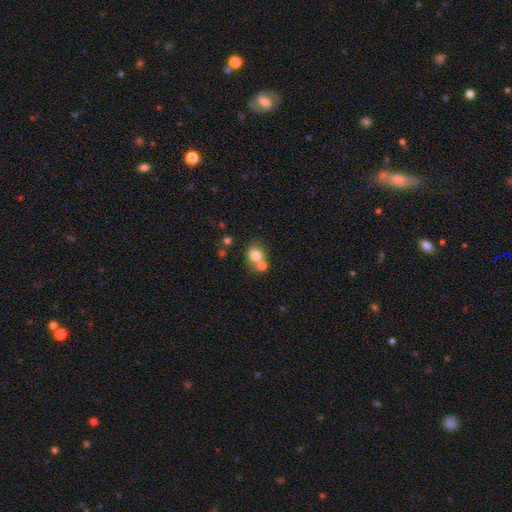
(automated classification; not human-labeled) This is likely a smooth galaxy (77%). How rounded: likely round (69%). Merging: possibly none (47%).